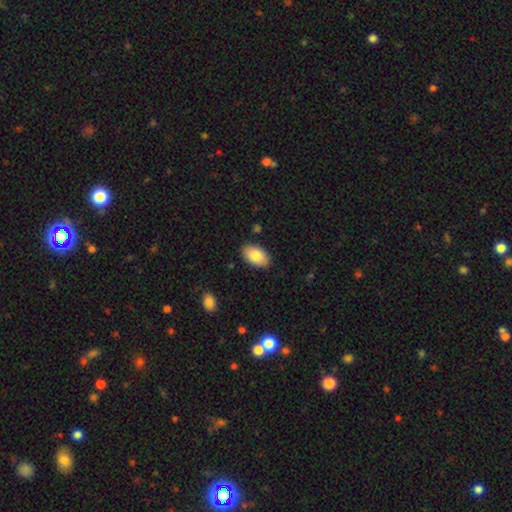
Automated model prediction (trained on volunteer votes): This appears to be a smooth galaxy with no disk features (82%) that is in between round and cigar-shaped (94%). Merging: none (88%).